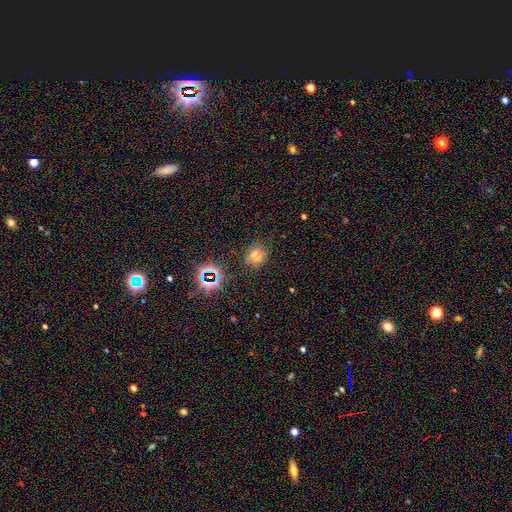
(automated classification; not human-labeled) A smooth galaxy with no disk features (55%) that is in between round and cigar-shaped (53%).

Vote fractions:
- Smooth or featured? smooth: 55% / star or artifact: 30% / featured or disk: 15%
- How rounded? in between: 53% / round: 46% / cigar-shaped: 2%
- Merging? none: 61% / minor disturbance: 22% / major disturbance: 10% / merger: 7%